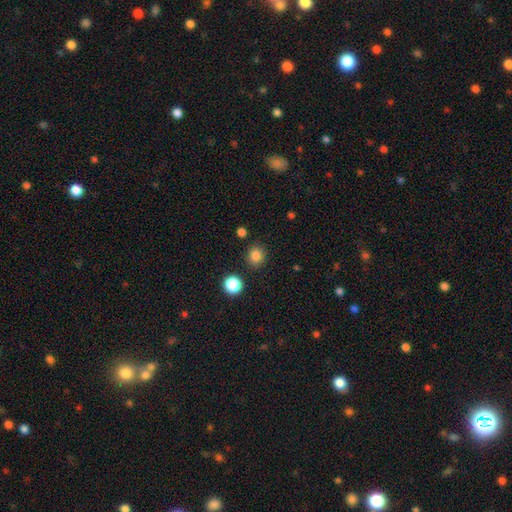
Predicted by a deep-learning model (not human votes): This is clearly a smooth galaxy (84%). How rounded: clearly round (81%). Merging: clearly none (87%).